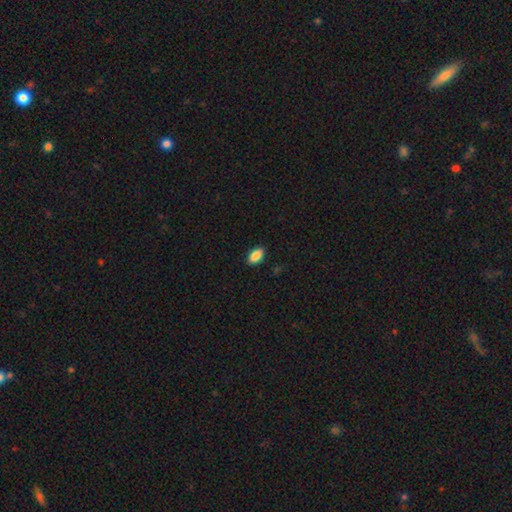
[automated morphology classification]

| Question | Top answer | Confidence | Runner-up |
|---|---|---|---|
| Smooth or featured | smooth | 89% | star or artifact (7%) |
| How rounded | in between | 93% | round (4%) |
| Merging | none | 89% | minor disturbance (8%) |